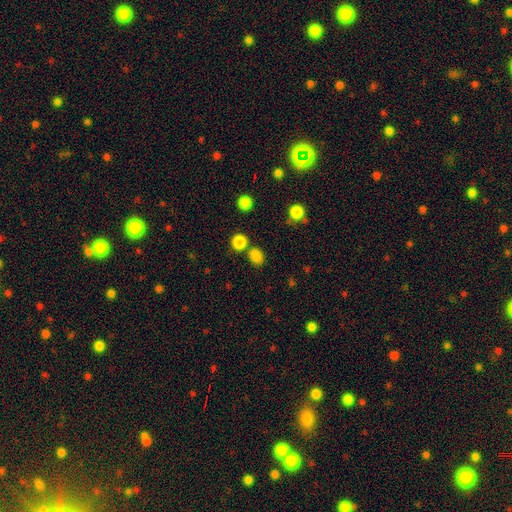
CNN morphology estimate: smooth_or_featured: smooth (p=0.82) [alt: star or artifact p=0.14]
how_rounded: round (p=0.61) [alt: in between p=0.38]
merging: none (p=0.72) [alt: merger p=0.14]